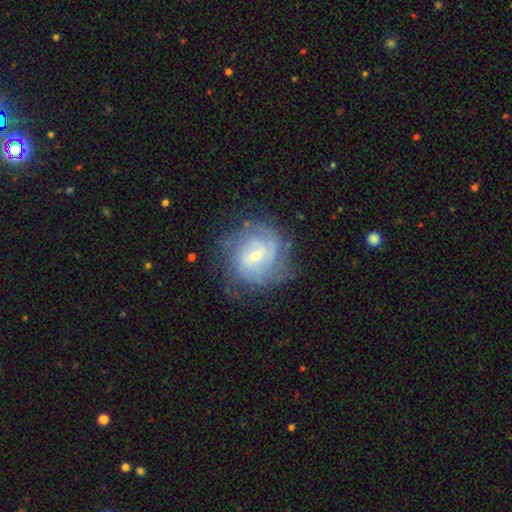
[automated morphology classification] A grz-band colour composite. It shows a featured or disk galaxy (77%) with a weak bar (55%), tight (60%) spiral arms (91%) and a small central bulge (63%). Merging: none (68%).